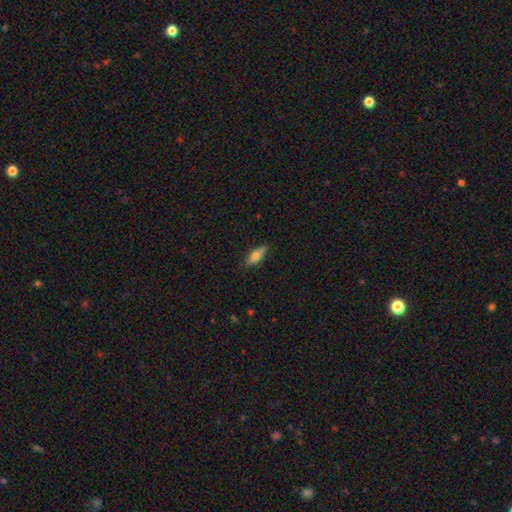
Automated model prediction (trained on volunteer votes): Smooth or featured? smooth (62%)
How rounded? in between (52%)
Merging? none (84%)